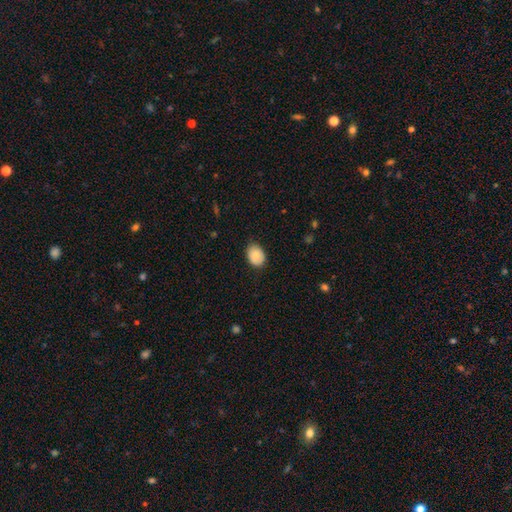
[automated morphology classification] smooth_or_featured: smooth (p=0.84) [alt: featured or disk p=0.08]
how_rounded: in between (p=0.66) [alt: round p=0.33]
merging: none (p=0.75) [alt: minor disturbance p=0.20]